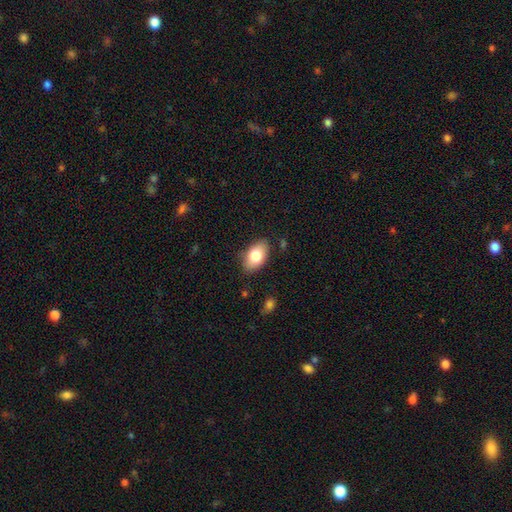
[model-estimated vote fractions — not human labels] Q: Smooth or featured?
A: smooth (81%); runner-up: featured or disk (12%)
Q: How rounded?
A: in between (93%); runner-up: round (6%)
Q: Merging?
A: none (83%); runner-up: minor disturbance (13%)